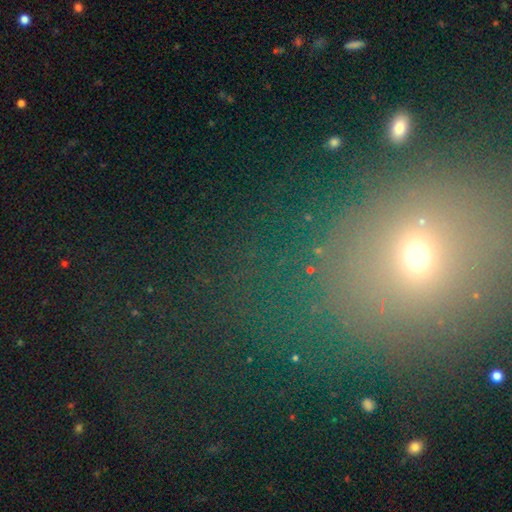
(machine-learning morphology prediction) Smooth or featured? Predicted: smooth (p=0.46). Merging? Predicted: none (p=0.64).